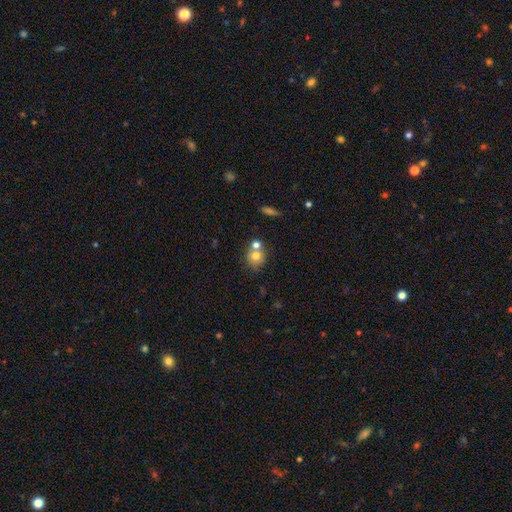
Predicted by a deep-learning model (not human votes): A smooth galaxy with no disk features (72%) that is round (80%). Merging: none (47%).